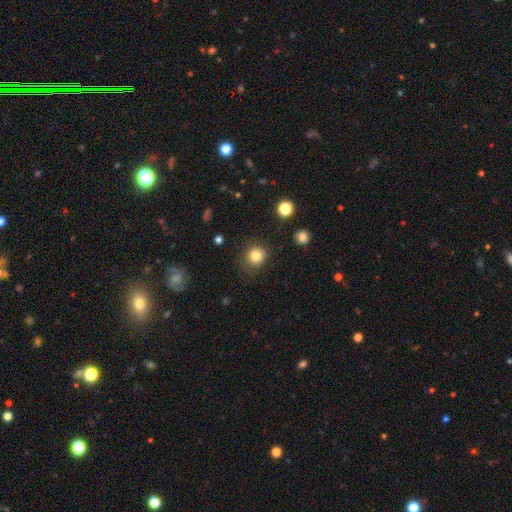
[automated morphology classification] Smooth or featured: smooth — 83% (star or artifact — 11%)
How rounded: round — 87% (in between — 12%)
Merging: none — 82% (minor disturbance — 12%)